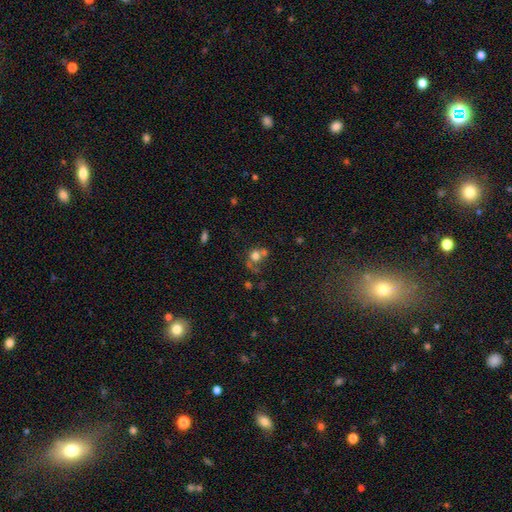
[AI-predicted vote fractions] This appears to be a smooth galaxy with no disk features (68%) that is round (77%). Merging: merger (40%).